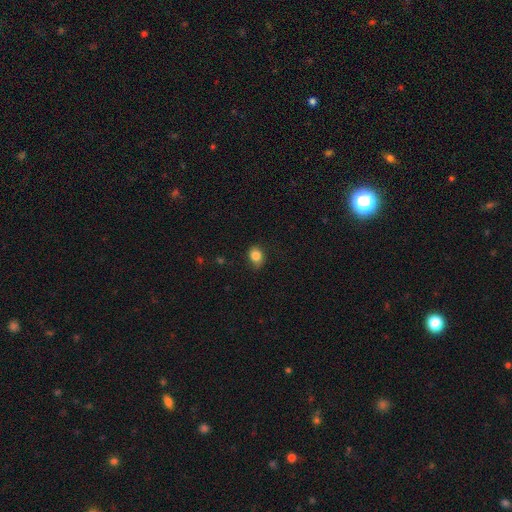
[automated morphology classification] Overall: smooth (84%). How rounded: in between (56%; round 43%). Merging: none (78%).